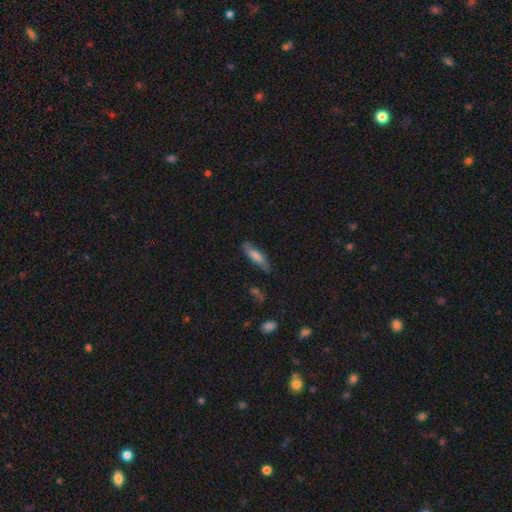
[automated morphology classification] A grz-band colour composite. It shows a smooth galaxy with no disk features (65%) that is cigar-shaped (64%). Merging: none (76%).